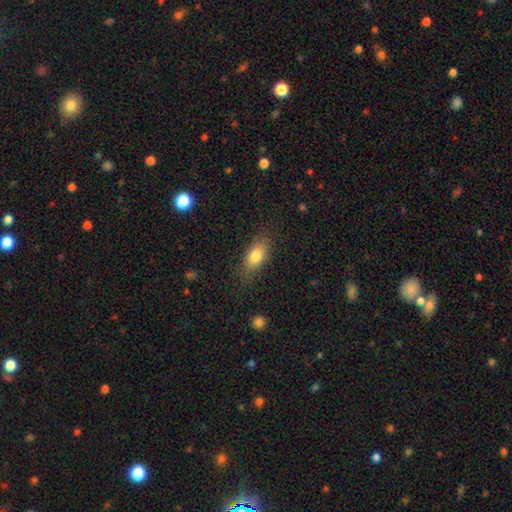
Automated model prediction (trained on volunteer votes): Q: Smooth or featured?
A: smooth (81%); runner-up: featured or disk (11%)
Q: How rounded?
A: in between (85%); runner-up: cigar-shaped (8%)
Q: Merging?
A: none (80%); runner-up: minor disturbance (14%)